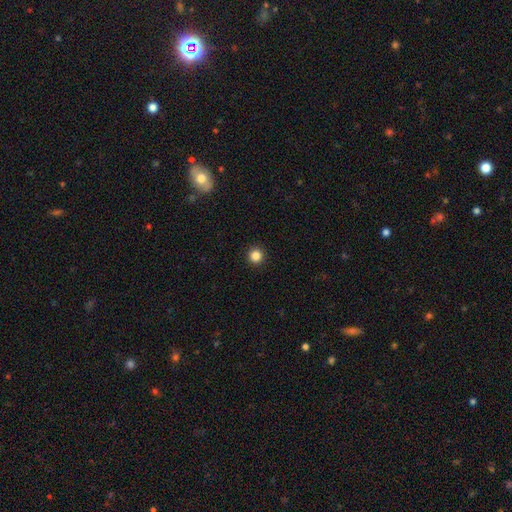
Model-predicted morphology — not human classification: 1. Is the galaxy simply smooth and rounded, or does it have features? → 86% smooth, 11% star or artifact, 3% featured or disk.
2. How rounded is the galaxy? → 96% round, 3% in between, 1% cigar-shaped.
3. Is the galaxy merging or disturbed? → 94% none, 4% minor disturbance, 1% major disturbance, 1% merger.